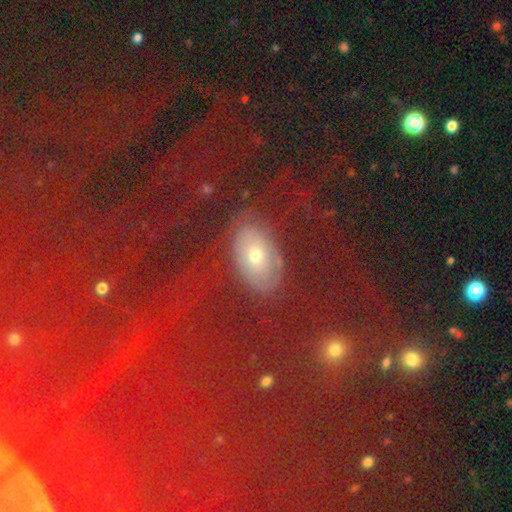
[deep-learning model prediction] Smooth or featured?
  - smooth: 51% *
  - featured or disk: 26%
  - star or artifact: 23%
How rounded?
  - in between: 86% *
  - round: 11%
  - cigar-shaped: 3%
Merging?
  - none: 81% *
  - minor disturbance: 10%
  - major disturbance: 6%
  - merger: 3%